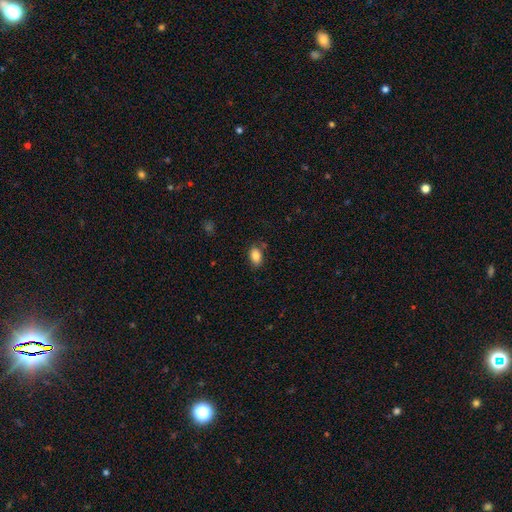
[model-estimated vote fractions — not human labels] Smooth or featured?
  - smooth: 85% *
  - star or artifact: 8%
  - featured or disk: 6%
How rounded?
  - in between: 87% *
  - round: 11%
  - cigar-shaped: 2%
Merging?
  - none: 79% *
  - minor disturbance: 14%
  - merger: 4%
  - major disturbance: 3%